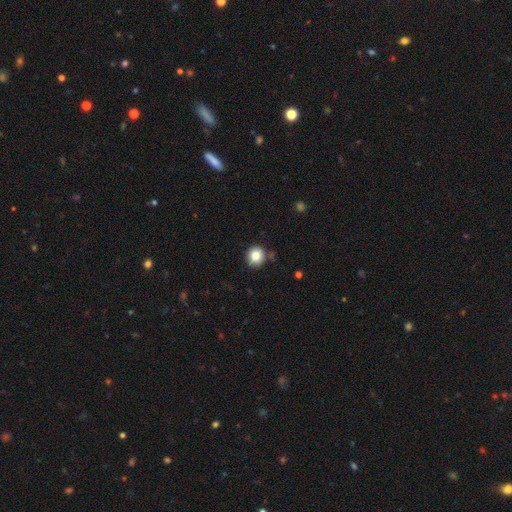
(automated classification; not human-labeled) smooth_or_featured: smooth (p=0.82) [alt: star or artifact p=0.10]
how_rounded: round (p=0.92) [alt: in between p=0.07]
merging: none (p=0.86) [alt: minor disturbance p=0.09]